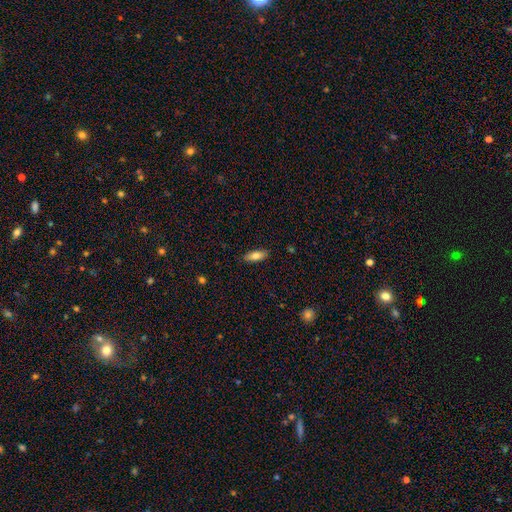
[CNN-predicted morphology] The model was most divided on "how rounded": in between: 75%, cigar-shaped: 23%, round: 2%. More confident: merging — none (87%); smooth or featured — smooth (80%).